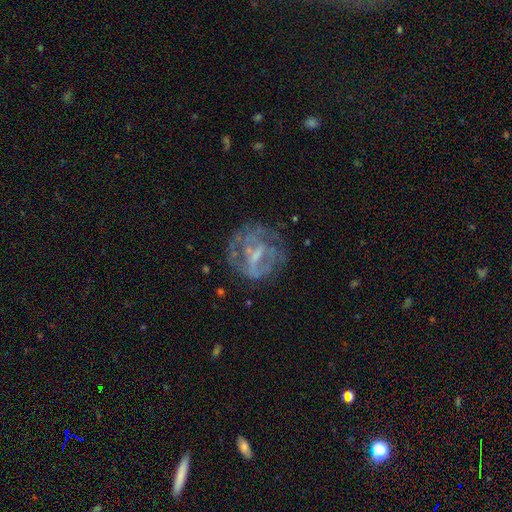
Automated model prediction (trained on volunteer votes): Q: Smooth or featured?
A: featured or disk (70%); runner-up: smooth (19%)
Q: Edge-on disk?
A: no (96%); runner-up: yes (4%)
Q: Bar?
A: weak (44%); runner-up: no (30%)
Q: Spiral arms?
A: no (54%); runner-up: yes (46%)
Q: Bulge size?
A: small (40%); runner-up: none (32%)
Q: Merging?
A: none (60%); runner-up: major disturbance (19%)